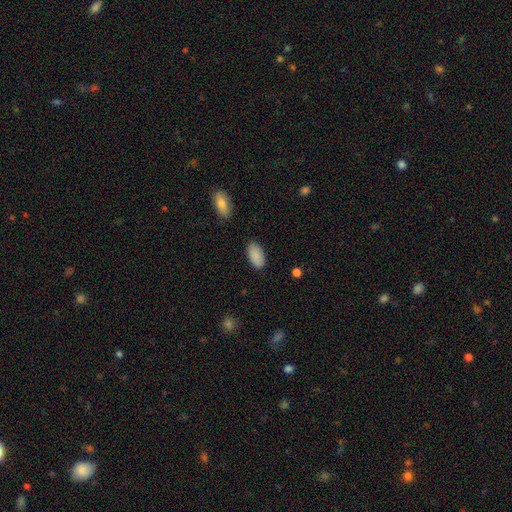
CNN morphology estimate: smooth-or-featured: smooth: 89% | star or artifact: 7% | featured or disk: 4%
  how-rounded: in between: 95% | cigar-shaped: 3% | round: 3%
  merging: none: 85% | minor disturbance: 11% | major disturbance: 3% | merger: 1%